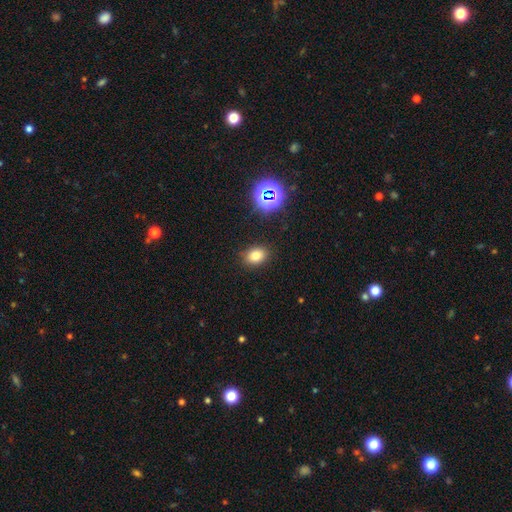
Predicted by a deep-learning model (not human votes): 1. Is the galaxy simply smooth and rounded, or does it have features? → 76% smooth, 16% star or artifact, 8% featured or disk.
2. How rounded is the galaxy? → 69% in between, 29% round, 1% cigar-shaped.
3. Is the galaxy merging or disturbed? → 86% none, 10% minor disturbance, 3% major disturbance, 2% merger.